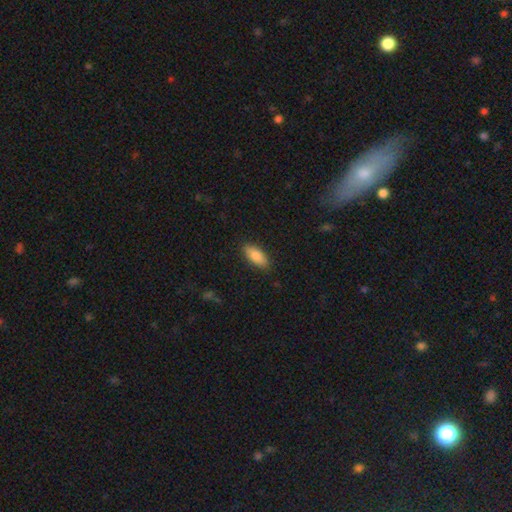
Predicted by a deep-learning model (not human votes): This is clearly a smooth galaxy (84%). How rounded: clearly in between (82%). Merging: clearly none (88%).